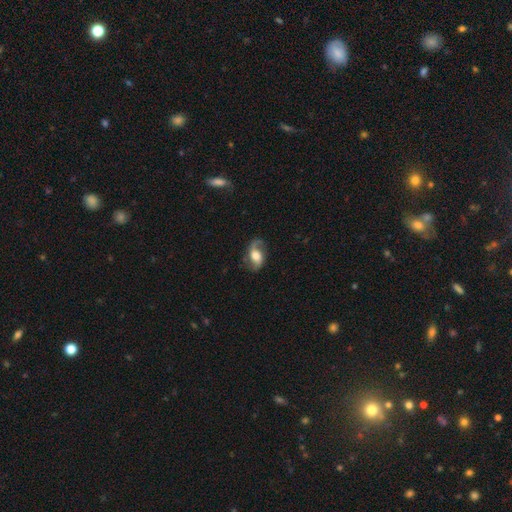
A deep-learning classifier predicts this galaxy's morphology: Smooth or featured?
  - featured or disk: 74% *
  - smooth: 19%
  - star or artifact: 7%
Edge-on disk?
  - no: 96% *
  - yes: 4%
Bar?
  - no: 46% *
  - weak: 39%
  - strong: 16%
Spiral arms?
  - yes: 92% *
  - no: 8%
Spiral winding?
  - loose: 58% *
  - medium: 33%
  - tight: 9%
Spiral arm count?
  - 2: 85% *
  - 1: 9%
  - can't tell: 3%
  - 3: 1%
  - 4: 1%
  - more than 4: 1%
Bulge size?
  - moderate: 50% *
  - large: 33%
  - small: 11%
  - dominant: 4%
  - none: 3%
Merging?
  - none: 70% *
  - minor disturbance: 18%
  - major disturbance: 10%
  - merger: 2%